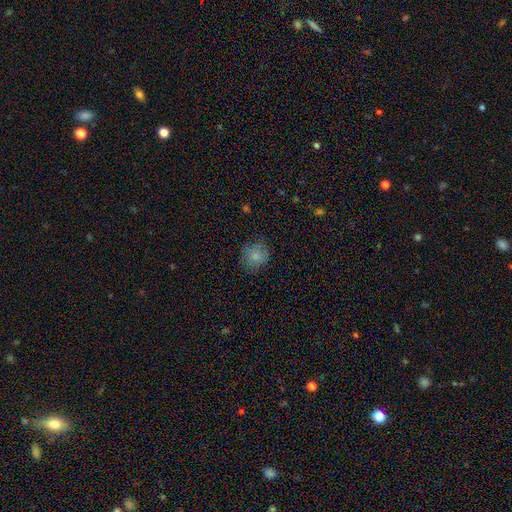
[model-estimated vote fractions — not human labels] Smooth or featured?
  - smooth: 80% *
  - star or artifact: 11%
  - featured or disk: 9%
How rounded?
  - round: 80% *
  - in between: 19%
  - cigar-shaped: 1%
Merging?
  - none: 75% *
  - minor disturbance: 18%
  - major disturbance: 5%
  - merger: 1%